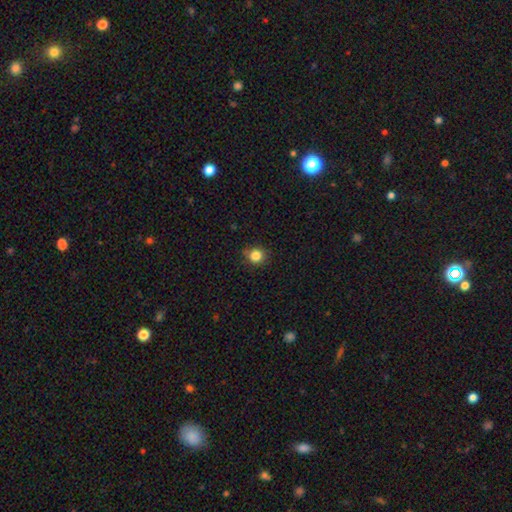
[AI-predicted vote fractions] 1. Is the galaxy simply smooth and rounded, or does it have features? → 83% smooth, 12% star or artifact, 5% featured or disk.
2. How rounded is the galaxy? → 91% round, 9% in between, 1% cigar-shaped.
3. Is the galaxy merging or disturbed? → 82% none, 13% minor disturbance, 3% major disturbance, 2% merger.